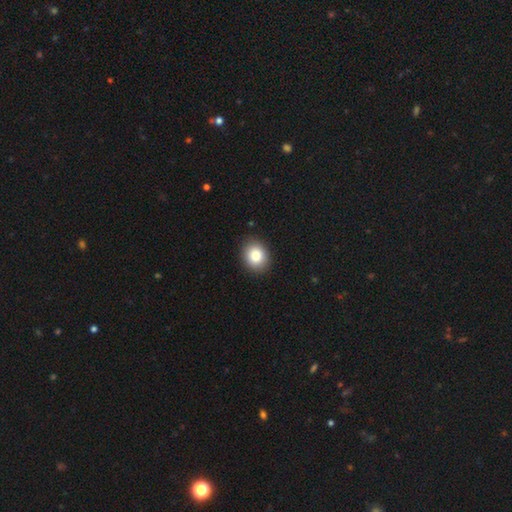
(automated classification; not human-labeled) Smooth or featured: smooth — 83% (star or artifact — 9%)
How rounded: round — 60% (in between — 39%)
Merging: none — 89% (minor disturbance — 8%)